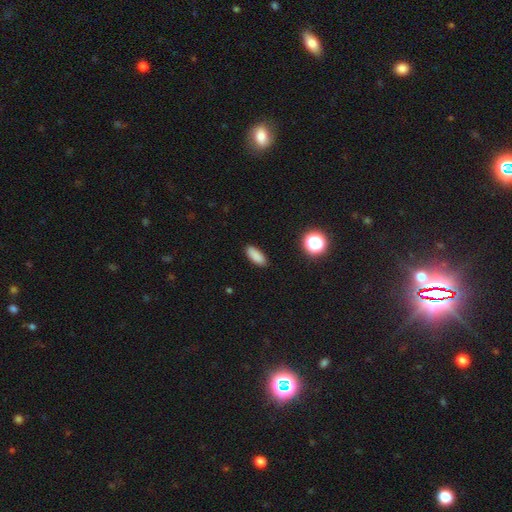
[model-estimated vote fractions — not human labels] A smooth galaxy with no disk features (86%) that is in between round and cigar-shaped (75%). Merging: none (88%).